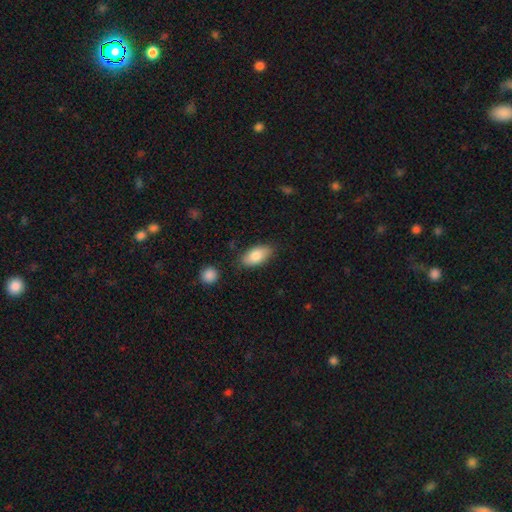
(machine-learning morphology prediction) The model was most divided on "merging": none: 80%, minor disturbance: 13%, merger: 3%, major disturbance: 3%. More confident: how rounded — in between (92%); smooth or featured — smooth (82%).